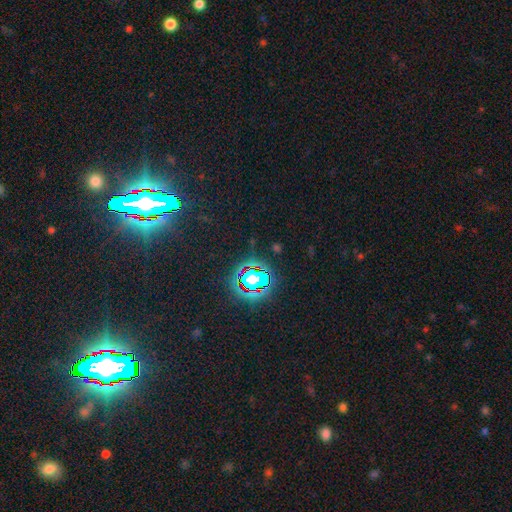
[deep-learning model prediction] Overall: star or artifact (83%).